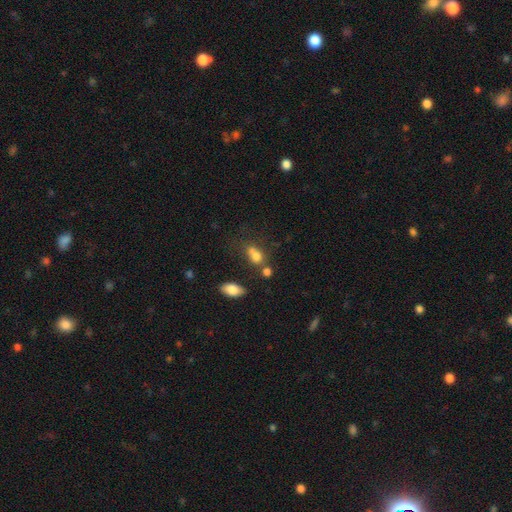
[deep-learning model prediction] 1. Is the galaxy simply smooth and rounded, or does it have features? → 73% smooth, 14% featured or disk, 13% star or artifact.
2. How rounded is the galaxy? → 61% in between, 35% round, 4% cigar-shaped.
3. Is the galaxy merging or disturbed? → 40% merger, 36% none, 15% minor disturbance, 9% major disturbance.